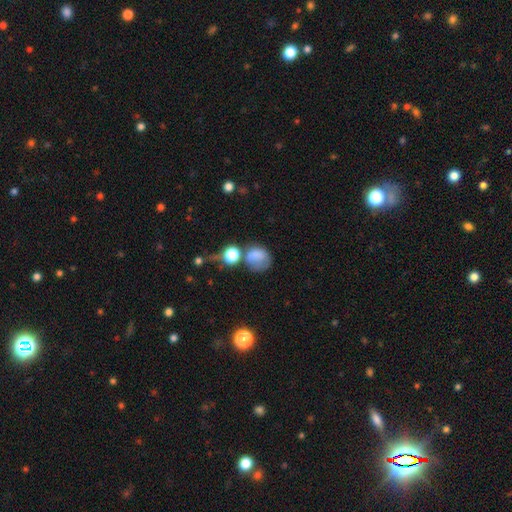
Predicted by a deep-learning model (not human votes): smooth 73%, featured or disk 15%, star or artifact 12%. Down the decision tree: how rounded — round (68%); merging — none (36%).